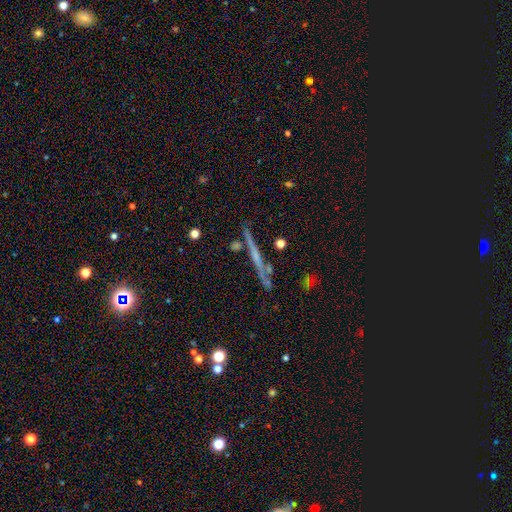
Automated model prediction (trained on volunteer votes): The model was most divided on "smooth or featured": featured or disk: 62%, smooth: 28%, star or artifact: 10%. More confident: edge-on disk — yes (96%); merging — none (81%); edge-on bulge — none (68%).